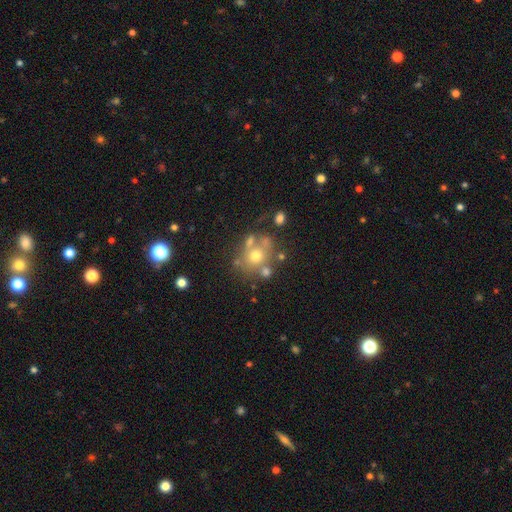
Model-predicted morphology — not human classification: Smooth or featured? smooth (57%)
How rounded? round (73%)
Merging? none (52%)